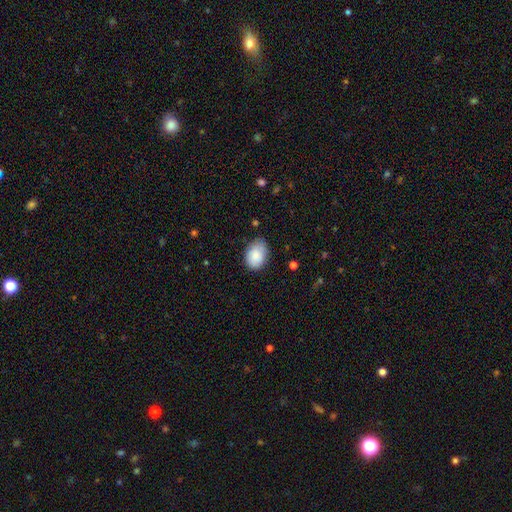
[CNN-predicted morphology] Smooth or featured? Predicted: smooth (p=0.85). How rounded? Predicted: in between (p=0.76). Merging? Predicted: none (p=0.72).